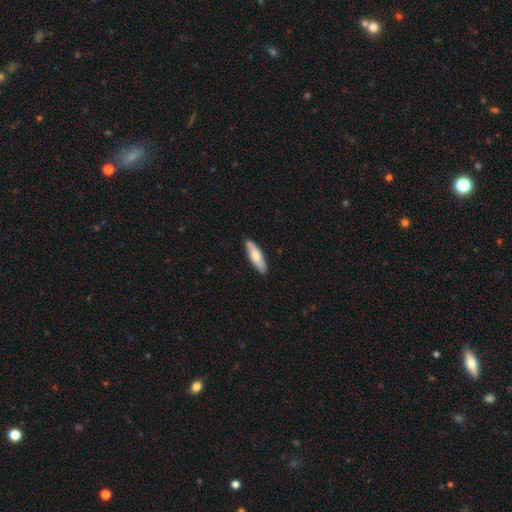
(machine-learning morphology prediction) smooth-or-featured: smooth: 69% | featured or disk: 26% | star or artifact: 5%
  how-rounded: cigar-shaped: 58% | in between: 41% | round: 2%
  merging: none: 84% | minor disturbance: 12% | merger: 2% | major disturbance: 2%